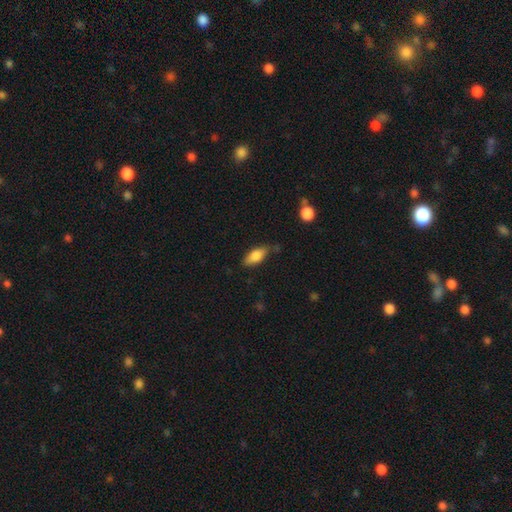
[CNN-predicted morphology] smooth 81%, featured or disk 13%, star or artifact 7%. Down the decision tree: how rounded — in between (83%); merging — none (69%).